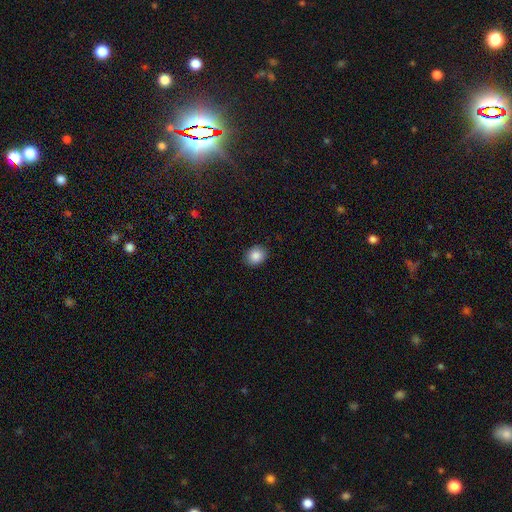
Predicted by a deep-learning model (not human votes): The model was most divided on "how rounded": in between: 51%, round: 49%, cigar-shaped: 1%. More confident: merging — none (89%); smooth or featured — smooth (87%).